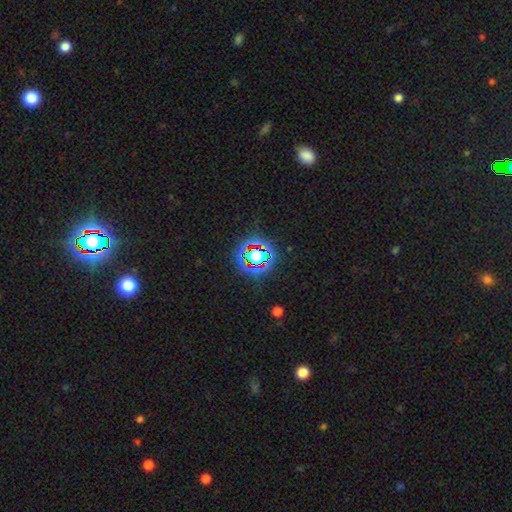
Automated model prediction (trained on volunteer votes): A star or artifact, not a galaxy (68%).

Vote fractions:
- Smooth or featured? star or artifact: 68% / smooth: 20% / featured or disk: 12%